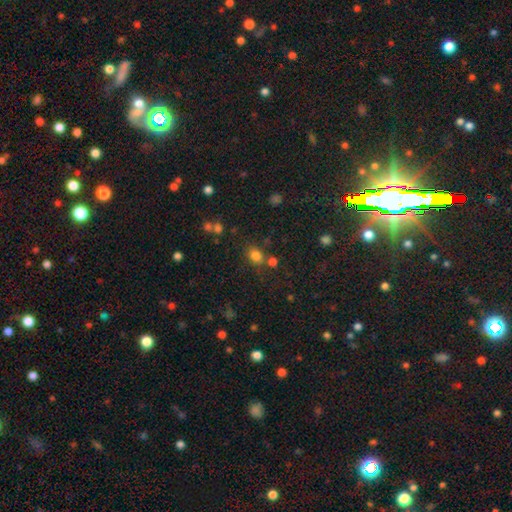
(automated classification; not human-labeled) Smooth or featured? Predicted: smooth (p=0.78). How rounded? Predicted: round (p=0.50). Merging? Predicted: none (p=0.69).